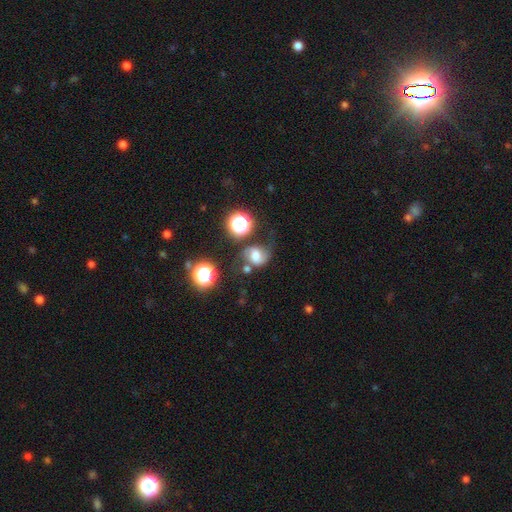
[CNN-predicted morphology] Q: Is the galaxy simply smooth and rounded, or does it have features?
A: smooth — 43%.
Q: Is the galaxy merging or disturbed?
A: none — 51%.